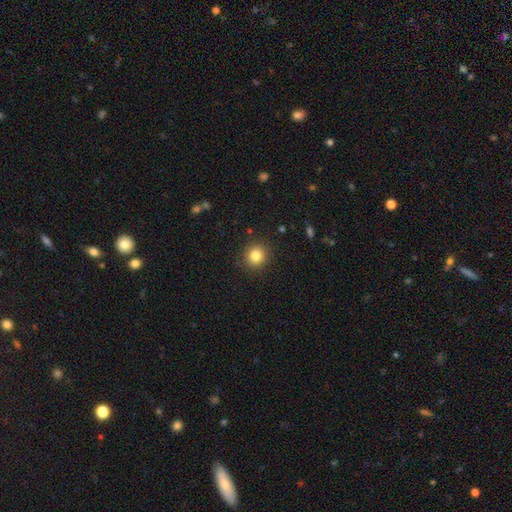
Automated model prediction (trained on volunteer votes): Overall: smooth (82%). How rounded: round (91%). Merging: none (90%).